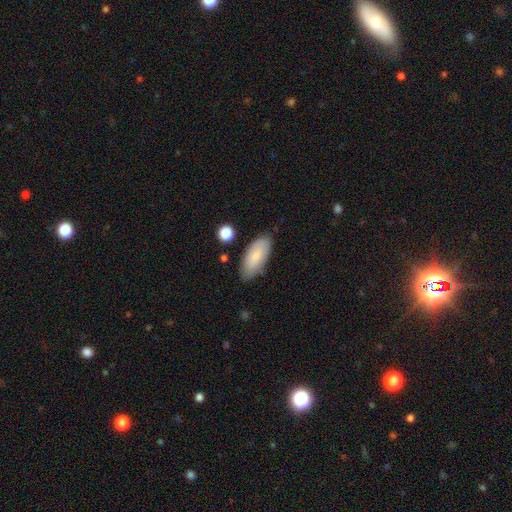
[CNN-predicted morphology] smooth_or_featured: smooth (p=0.80) [alt: featured or disk p=0.14]
how_rounded: in between (p=0.86) [alt: cigar-shaped p=0.12]
merging: none (p=0.81) [alt: minor disturbance p=0.14]